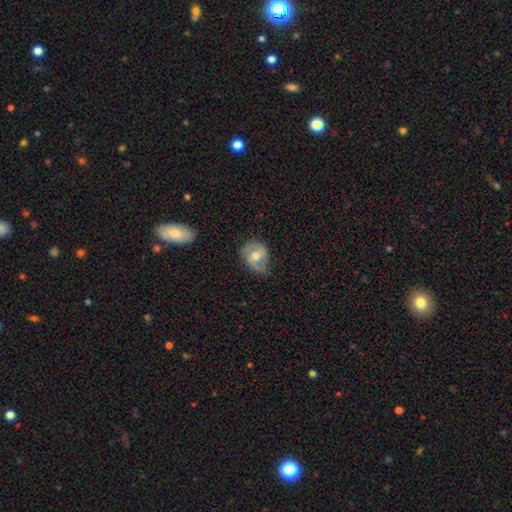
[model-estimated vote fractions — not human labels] The model was most divided on "smooth or featured": smooth: 48%, featured or disk: 44%, star or artifact: 7%. More confident: merging — none (60%).